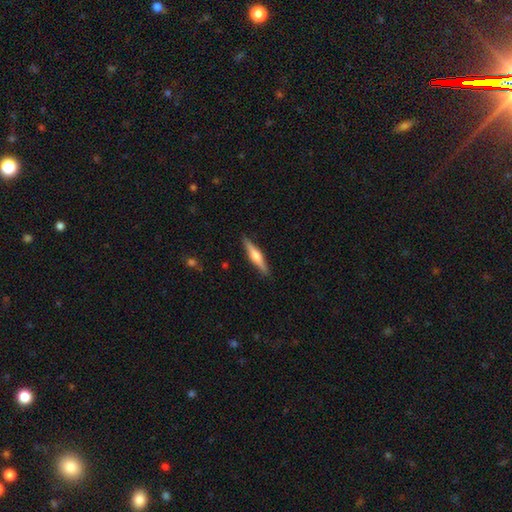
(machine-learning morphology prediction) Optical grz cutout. It shows a featured or disk galaxy (60%) viewed edge-on (97%) with a rounded central bulge (87%). Merging: none (90%).